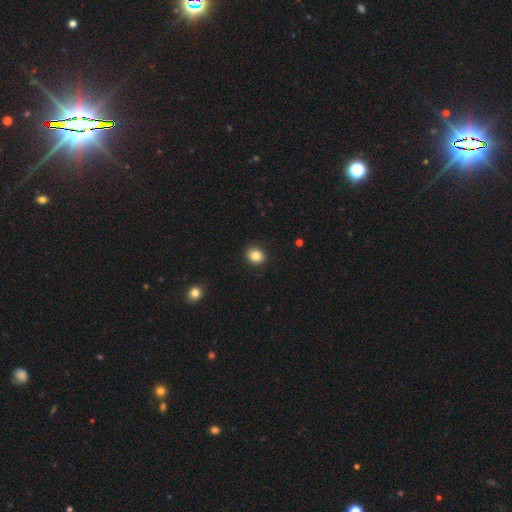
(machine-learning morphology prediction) This appears to be a smooth galaxy with no disk features (84%) that is round (65%). Merging: none (89%).